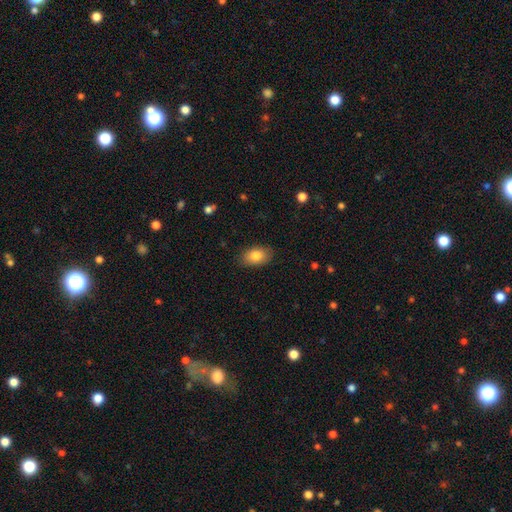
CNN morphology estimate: A smooth galaxy with no disk features (83%) that is in between round and cigar-shaped (89%). Merging: none (85%).